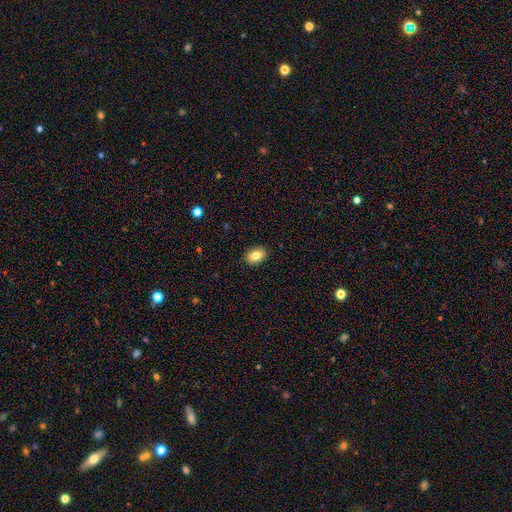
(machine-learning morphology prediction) A smooth galaxy with no disk features (82%) that is in between round and cigar-shaped (82%).

Vote fractions:
- Smooth or featured? smooth: 82% / featured or disk: 10% / star or artifact: 8%
- How rounded? in between: 82% / round: 17% / cigar-shaped: 1%
- Merging? none: 89% / minor disturbance: 8% / major disturbance: 2% / merger: 1%